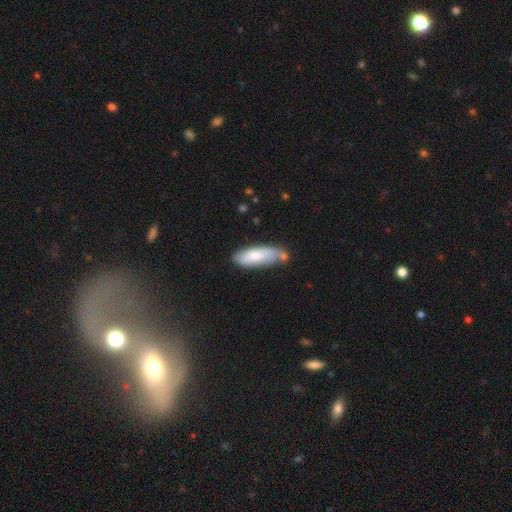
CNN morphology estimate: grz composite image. It shows a smooth galaxy with no disk features (70%) that is in between round and cigar-shaped (63%). Merging: none (48%).